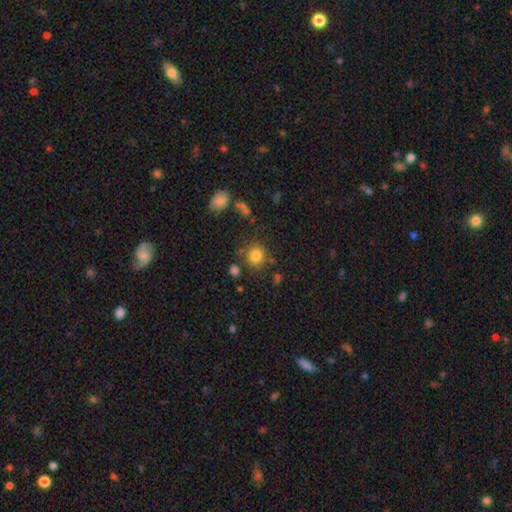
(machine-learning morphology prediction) Q: Smooth or featured?
A: smooth (82%); runner-up: star or artifact (12%)
Q: How rounded?
A: round (87%); runner-up: in between (12%)
Q: Merging?
A: none (78%); runner-up: minor disturbance (11%)